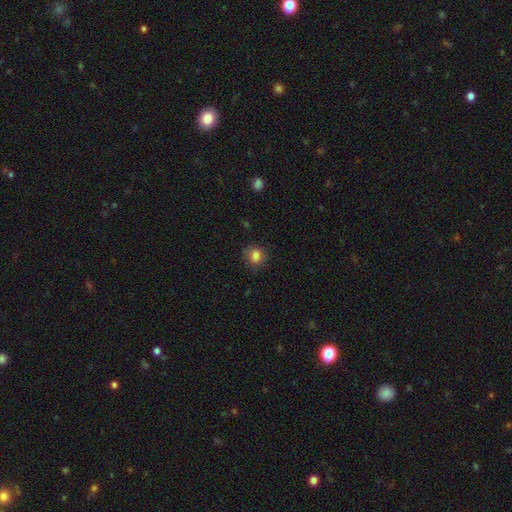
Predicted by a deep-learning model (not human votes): Q: Smooth or featured?
A: smooth (82%); runner-up: star or artifact (11%)
Q: How rounded?
A: round (63%); runner-up: in between (36%)
Q: Merging?
A: none (76%); runner-up: minor disturbance (18%)